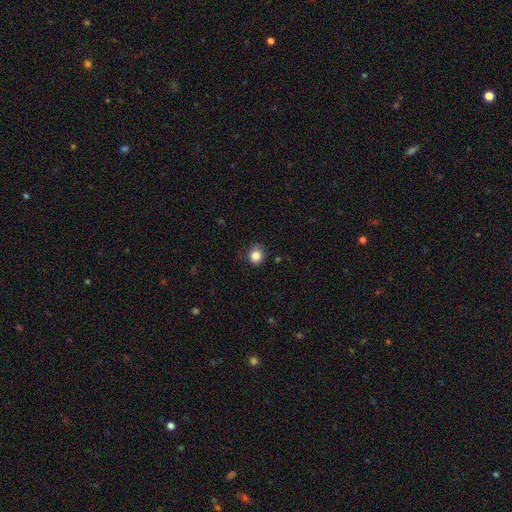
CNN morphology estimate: smooth 86%, star or artifact 10%, featured or disk 4%. Down the decision tree: how rounded — round (81%); merging — none (80%).